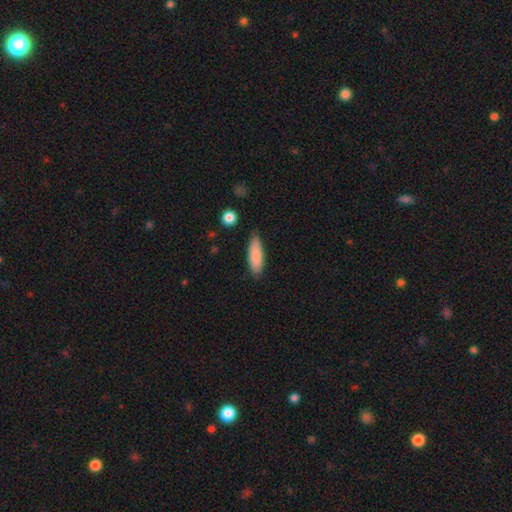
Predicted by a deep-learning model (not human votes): Smooth or featured: smooth — 87% (featured or disk — 7%)
How rounded: in between — 51% (cigar-shaped — 47%)
Merging: none — 81% (minor disturbance — 15%)